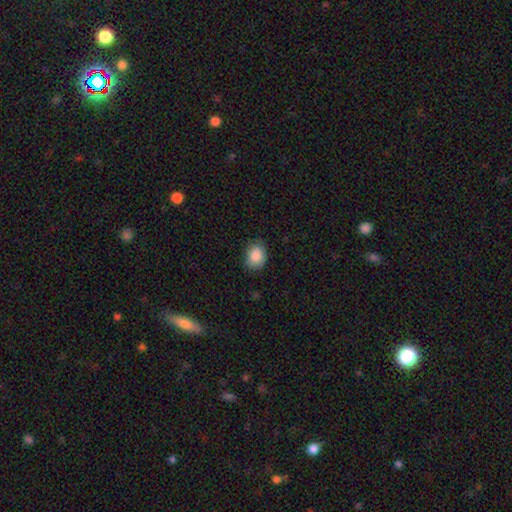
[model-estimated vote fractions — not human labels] smooth_or_featured: smooth (p=0.87) [alt: star or artifact p=0.08]
how_rounded: in between (p=0.58) [alt: round p=0.41]
merging: none (p=0.77) [alt: minor disturbance p=0.19]